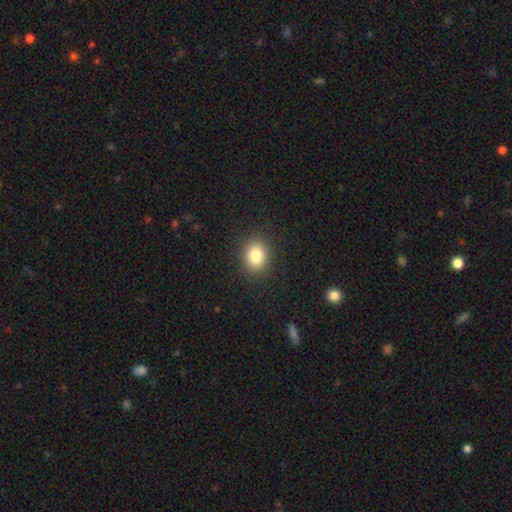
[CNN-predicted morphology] Smooth or featured?
  - smooth: 82% *
  - star or artifact: 11%
  - featured or disk: 7%
How rounded?
  - round: 57% *
  - in between: 42%
  - cigar-shaped: 1%
Merging?
  - none: 89% *
  - minor disturbance: 7%
  - major disturbance: 2%
  - merger: 1%